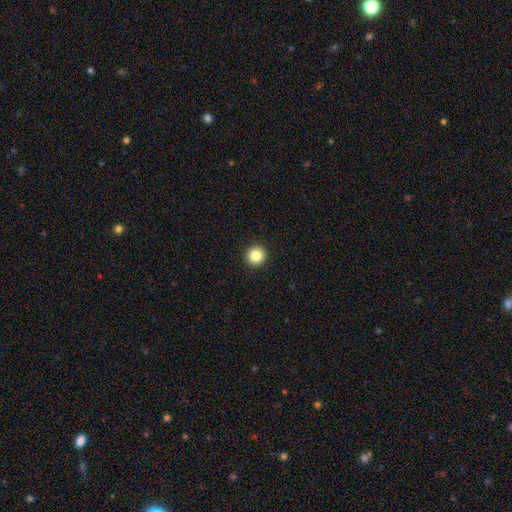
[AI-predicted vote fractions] Morphology: type=smooth (84%); roundness=round (95%); merging=none (94%).